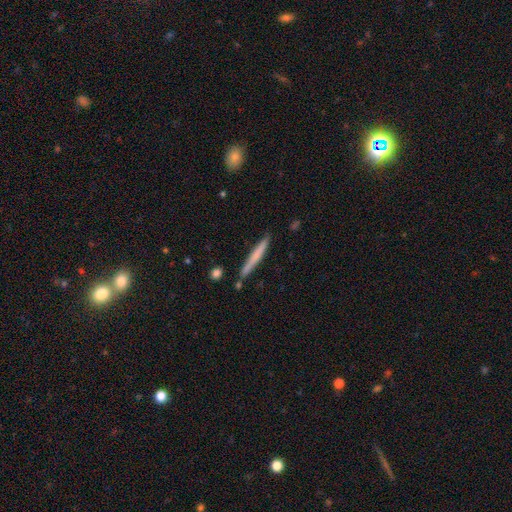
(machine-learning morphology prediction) This appears to be a smooth galaxy with no disk features (61%) that is cigar-shaped (97%). Merging: none (85%).